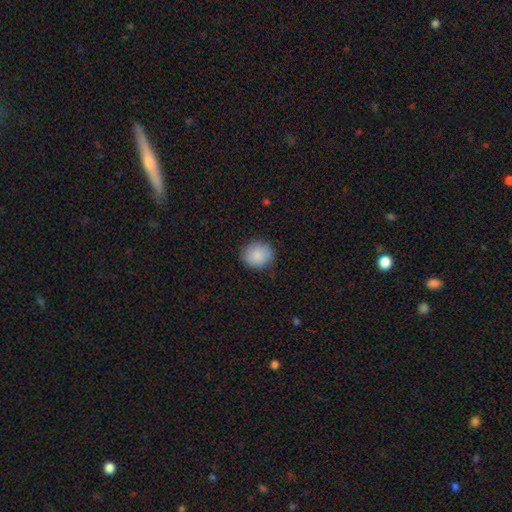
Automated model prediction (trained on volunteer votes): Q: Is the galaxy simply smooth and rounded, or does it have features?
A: smooth — 87%.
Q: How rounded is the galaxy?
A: round — 85%.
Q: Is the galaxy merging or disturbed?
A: none — 83%.